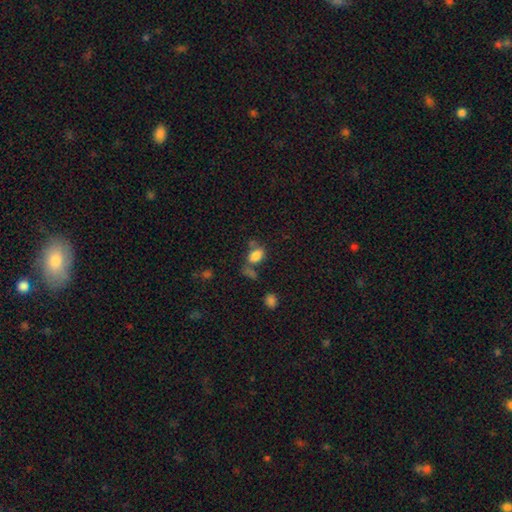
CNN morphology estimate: smooth_or_featured: smooth (p=0.81) [alt: star or artifact p=0.11]
how_rounded: in between (p=0.86) [alt: round p=0.11]
merging: none (p=0.49) [alt: merger p=0.25]